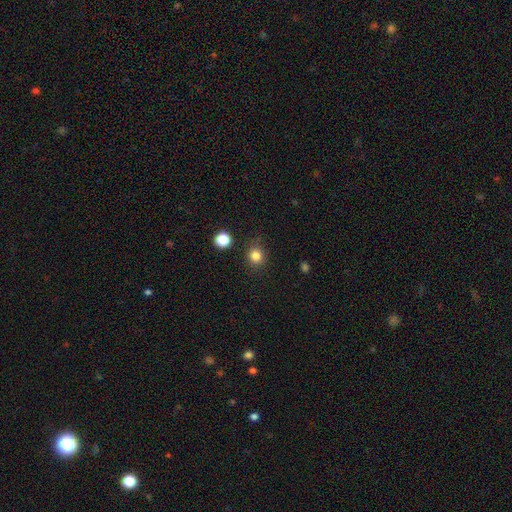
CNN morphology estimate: Q: Smooth or featured?
A: smooth (82%); runner-up: star or artifact (13%)
Q: How rounded?
A: round (88%); runner-up: in between (11%)
Q: Merging?
A: none (85%); runner-up: minor disturbance (10%)